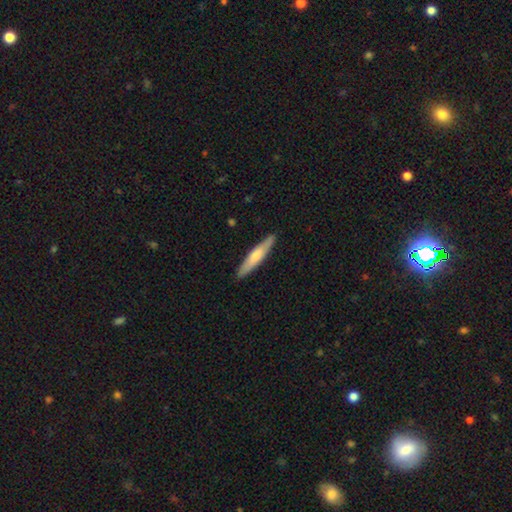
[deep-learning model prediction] Smooth or featured: smooth — 51% (featured or disk — 44%)
How rounded: cigar-shaped — 91% (in between — 8%)
Merging: none — 90% (minor disturbance — 7%)